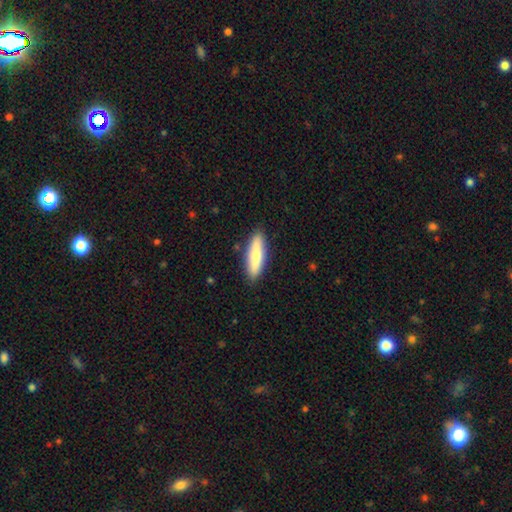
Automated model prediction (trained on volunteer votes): smooth 69%, featured or disk 26%, star or artifact 5%. Down the decision tree: how rounded — cigar-shaped (64%); merging — none (88%).